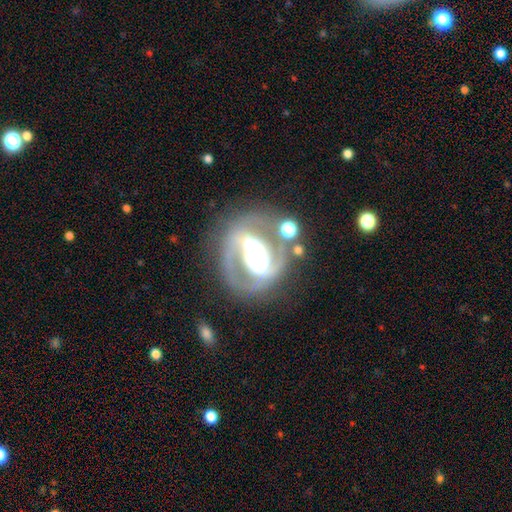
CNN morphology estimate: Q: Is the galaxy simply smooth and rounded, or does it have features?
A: featured or disk — 81%.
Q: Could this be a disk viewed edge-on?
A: no — 97%.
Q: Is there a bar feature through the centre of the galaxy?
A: strong — 42%.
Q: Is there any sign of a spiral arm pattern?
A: yes — 82%.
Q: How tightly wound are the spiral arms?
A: medium — 47%.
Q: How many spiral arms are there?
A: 2 — 81%.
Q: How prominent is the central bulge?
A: large — 46%.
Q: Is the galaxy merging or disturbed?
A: none — 61%.